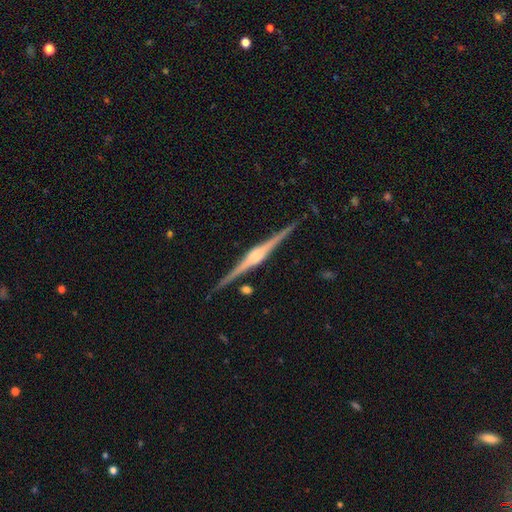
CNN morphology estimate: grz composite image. It shows a featured or disk galaxy (87%) viewed edge-on (99%) with a rounded central bulge (72%). Merging: none (89%).